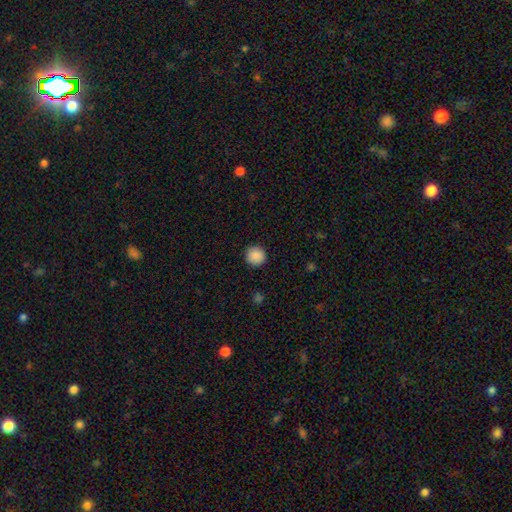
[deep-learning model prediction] Smooth or featured? Predicted: smooth (p=0.88). How rounded? Predicted: round (p=0.95). Merging? Predicted: none (p=0.92).